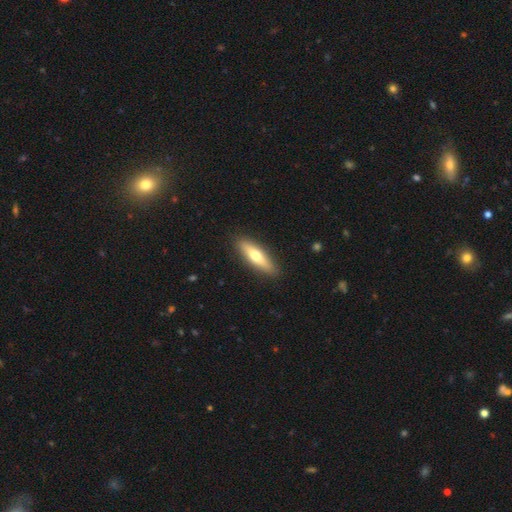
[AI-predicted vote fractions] smooth_or_featured: smooth (p=0.60) [alt: featured or disk p=0.34]
how_rounded: cigar-shaped (p=0.64) [alt: in between p=0.34]
merging: none (p=0.88) [alt: minor disturbance p=0.08]